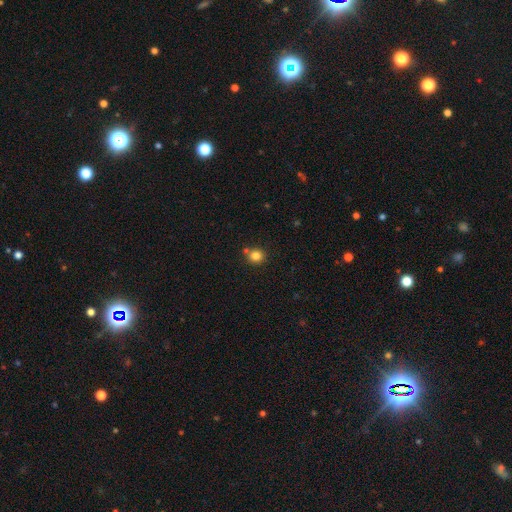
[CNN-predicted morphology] smooth_or_featured: smooth (p=0.83) [alt: star or artifact p=0.12]
how_rounded: round (p=0.90) [alt: in between p=0.09]
merging: none (p=0.74) [alt: merger p=0.14]